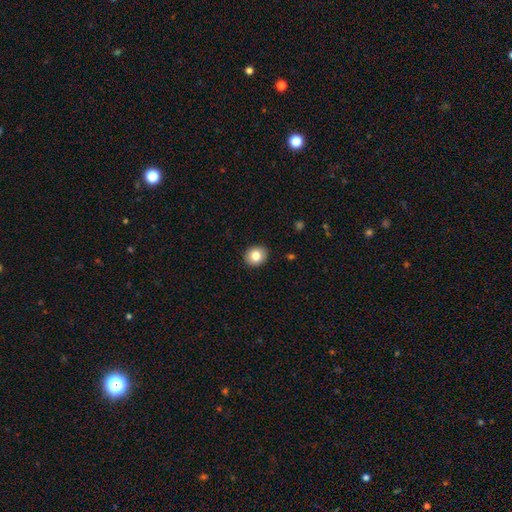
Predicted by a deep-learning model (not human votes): This appears to be a smooth galaxy with no disk features (82%) that is round (67%). Merging: none (90%).